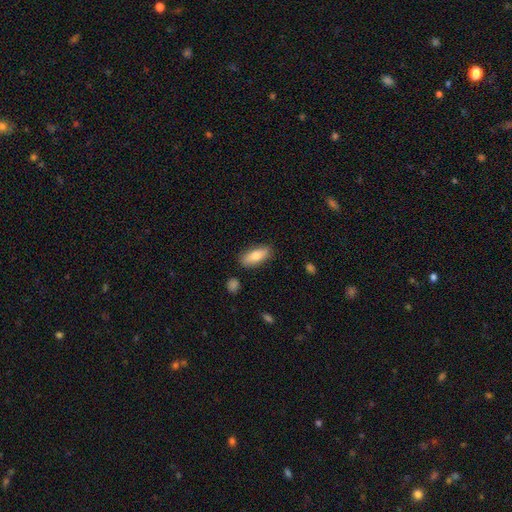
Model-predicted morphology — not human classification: The model was most divided on "smooth or featured": smooth: 75%, featured or disk: 18%, star or artifact: 6%. More confident: merging — none (85%); how rounded — in between (78%).